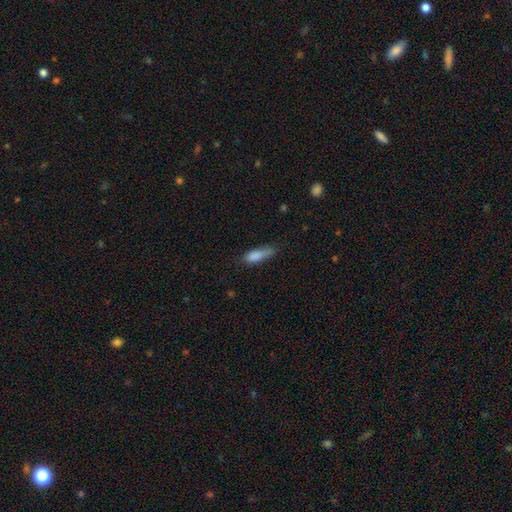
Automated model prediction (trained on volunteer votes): Overall: smooth (84%). How rounded: in between (53%; cigar-shaped 45%). Merging: none (55%; minor disturbance 33%).